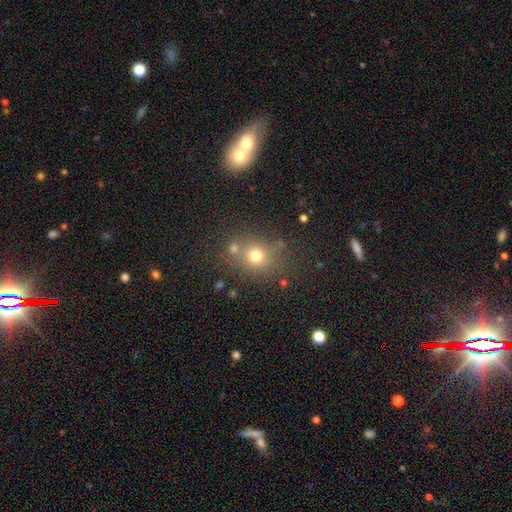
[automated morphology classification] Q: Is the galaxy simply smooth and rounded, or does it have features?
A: smooth — 70%.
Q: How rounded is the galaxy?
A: round — 77%.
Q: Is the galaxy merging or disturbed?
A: none — 65%.